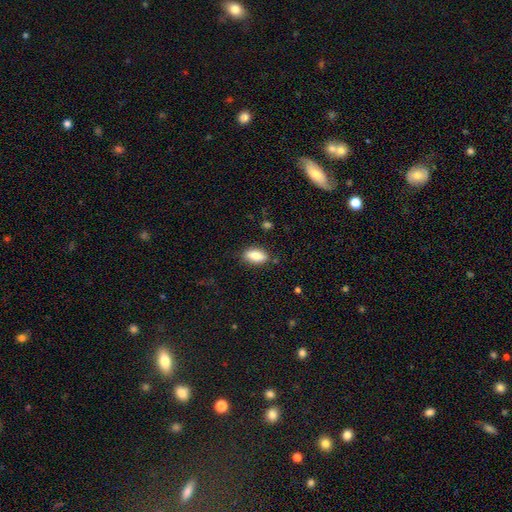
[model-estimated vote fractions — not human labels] Smooth or featured? smooth (81%)
How rounded? in between (88%)
Merging? none (84%)